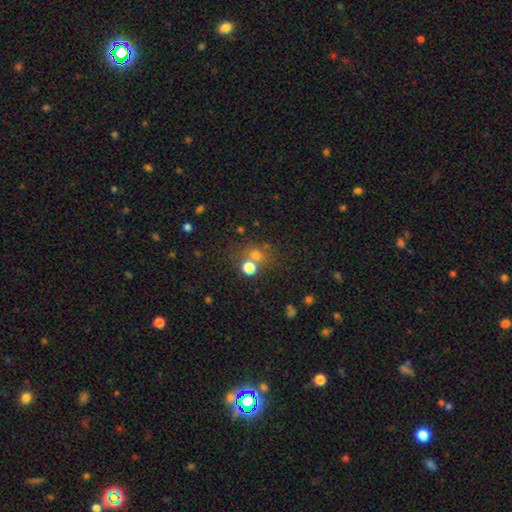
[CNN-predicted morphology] Smooth or featured?
  - smooth: 62% *
  - star or artifact: 27%
  - featured or disk: 11%
How rounded?
  - round: 82% *
  - in between: 17%
  - cigar-shaped: 1%
Merging?
  - none: 60% *
  - merger: 28%
  - minor disturbance: 8%
  - major disturbance: 4%